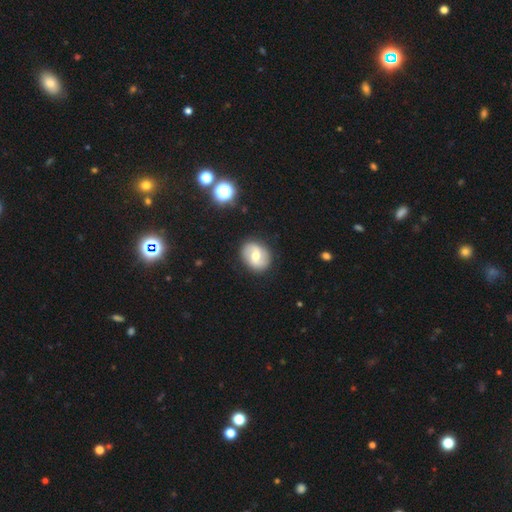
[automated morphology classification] Smooth or featured: featured or disk — 55% (smooth — 37%)
Edge-on disk: no — 96% (yes — 4%)
Bar: weak — 48% (no — 31%)
Spiral arms: yes — 74% (no — 26%)
Bulge size: moderate — 73% (small — 17%)
Merging: none — 86% (minor disturbance — 9%)